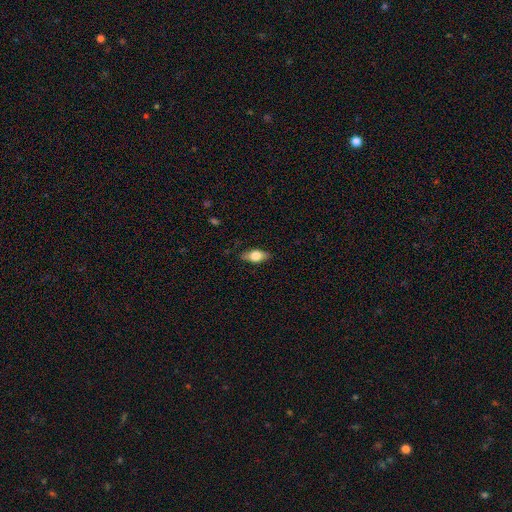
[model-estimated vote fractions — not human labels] Q: Smooth or featured?
A: smooth (69%); runner-up: featured or disk (24%)
Q: How rounded?
A: in between (83%); runner-up: cigar-shaped (12%)
Q: Merging?
A: none (83%); runner-up: minor disturbance (13%)